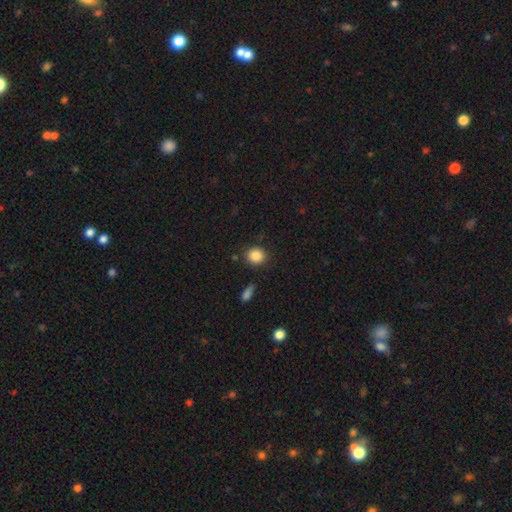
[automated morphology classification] smooth 87%, star or artifact 9%, featured or disk 4%. Down the decision tree: how rounded — round (86%); merging — none (86%).